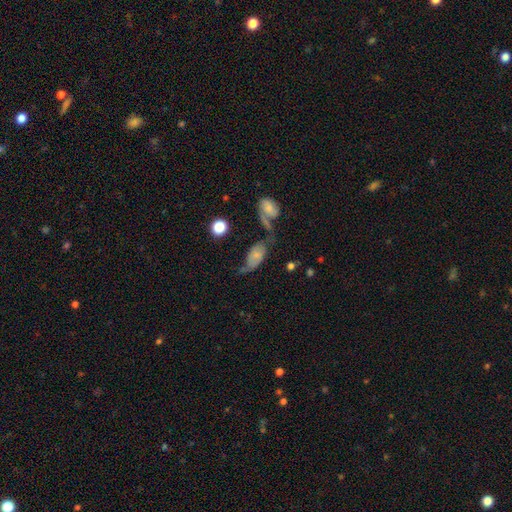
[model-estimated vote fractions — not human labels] smooth-or-featured: featured or disk: 53% | smooth: 38% | star or artifact: 9%
  disk-edge-on: no: 93% | yes: 7%
  merging: none: 30% | merger: 25% | major disturbance: 23% | minor disturbance: 22%